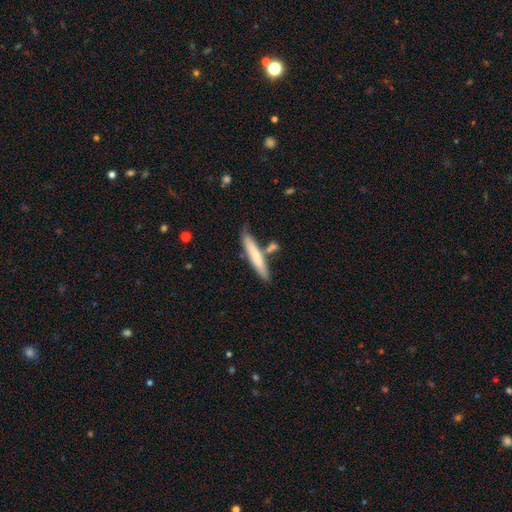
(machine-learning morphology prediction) type=smooth (64%); roundness=cigar-shaped (92%); merging=none (68%).